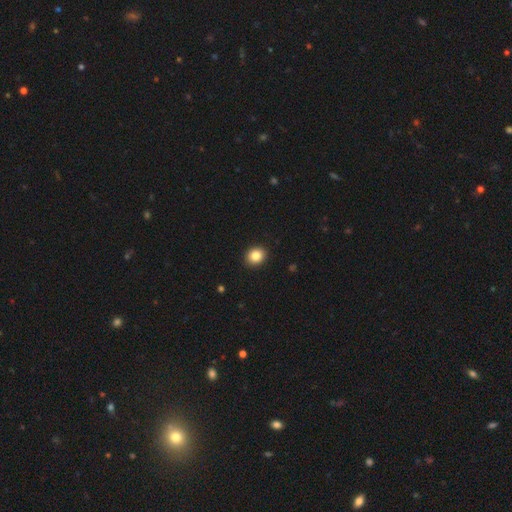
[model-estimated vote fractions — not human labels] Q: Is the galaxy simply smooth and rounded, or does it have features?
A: smooth — 85%.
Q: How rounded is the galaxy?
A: round — 72%.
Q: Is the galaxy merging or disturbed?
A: none — 92%.